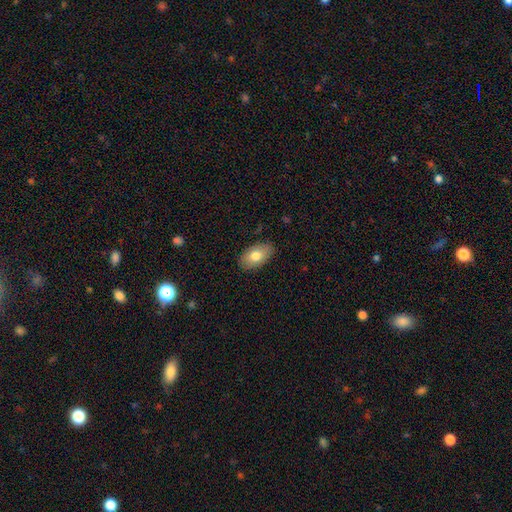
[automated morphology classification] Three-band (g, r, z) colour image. It shows a smooth galaxy with no disk features (77%) that is in between round and cigar-shaped (93%). Merging: none (86%).